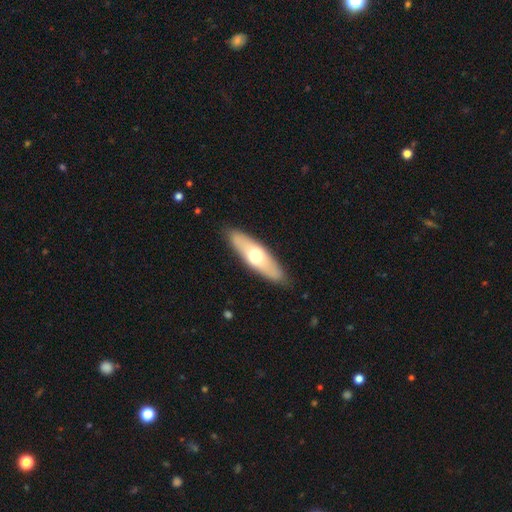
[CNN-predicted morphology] type=smooth (55%); roundness=cigar-shaped (51%); merging=none (87%).